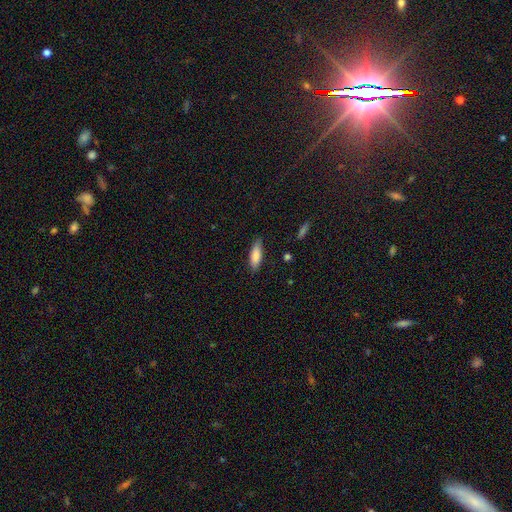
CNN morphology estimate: smooth_or_featured: smooth (p=0.83) [alt: featured or disk p=0.11]
how_rounded: in between (p=0.55) [alt: cigar-shaped p=0.43]
merging: none (p=0.83) [alt: minor disturbance p=0.13]